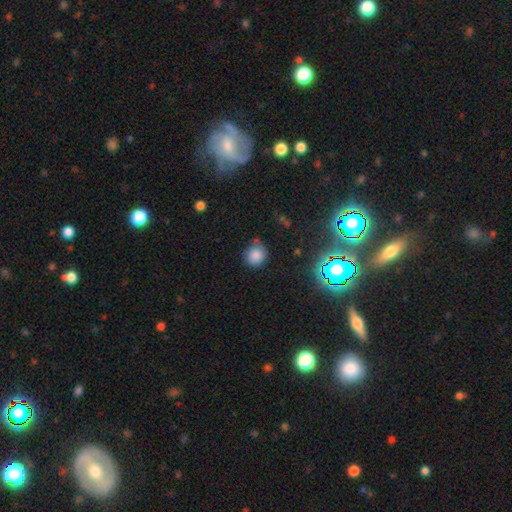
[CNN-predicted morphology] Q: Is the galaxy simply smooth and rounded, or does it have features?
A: smooth — 80%.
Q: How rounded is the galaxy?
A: round — 84%.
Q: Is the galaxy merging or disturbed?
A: none — 73%.